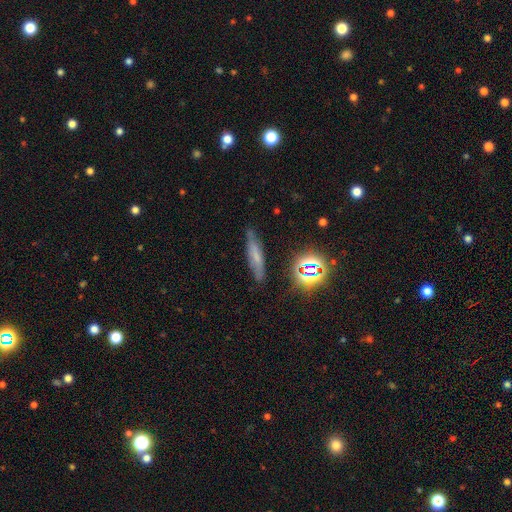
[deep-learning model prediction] Overall: smooth (50%; featured or disk 29%). How rounded: cigar-shaped (73%). Merging: none (75%).